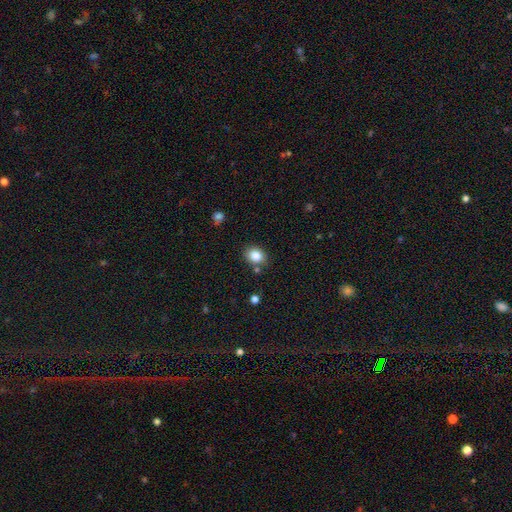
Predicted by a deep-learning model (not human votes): smooth-or-featured: smooth: 84% | star or artifact: 10% | featured or disk: 6%
  how-rounded: round: 54% | in between: 45% | cigar-shaped: 1%
  merging: none: 81% | minor disturbance: 11% | merger: 5% | major disturbance: 3%